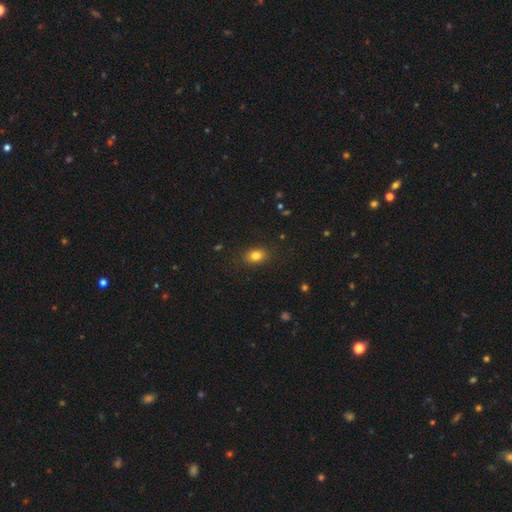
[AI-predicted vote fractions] Smooth or featured? Predicted: smooth (p=0.82). How rounded? Predicted: in between (p=0.69). Merging? Predicted: none (p=0.86).